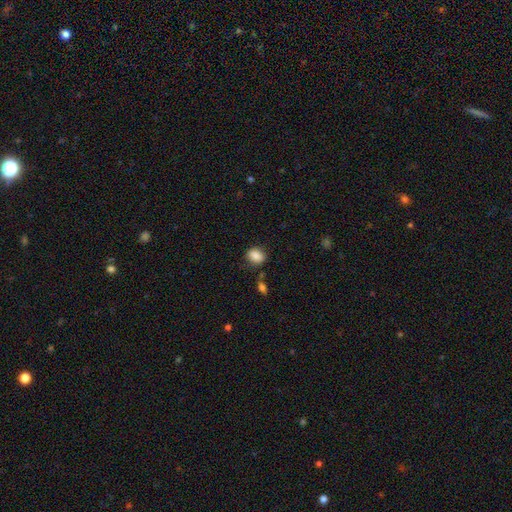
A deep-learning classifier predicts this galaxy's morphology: Smooth or featured?
  - smooth: 86% *
  - star or artifact: 9%
  - featured or disk: 6%
How rounded?
  - in between: 57% *
  - round: 42%
  - cigar-shaped: 1%
Merging?
  - none: 76% *
  - minor disturbance: 16%
  - merger: 4%
  - major disturbance: 4%